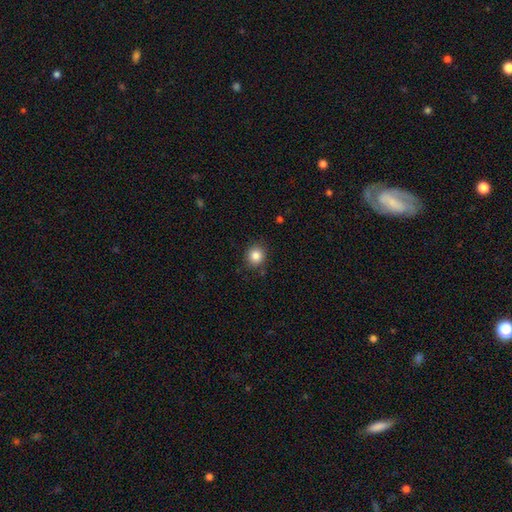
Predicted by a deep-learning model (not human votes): Smooth or featured?
  - smooth: 85% *
  - star or artifact: 10%
  - featured or disk: 5%
How rounded?
  - round: 87% *
  - in between: 12%
  - cigar-shaped: 1%
Merging?
  - none: 87% *
  - minor disturbance: 9%
  - major disturbance: 3%
  - merger: 2%